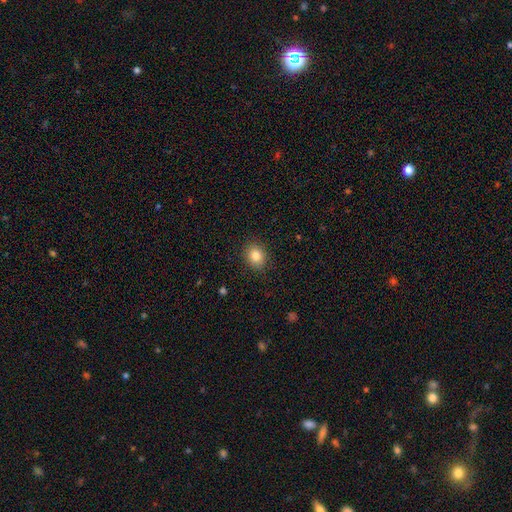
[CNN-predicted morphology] Smooth or featured?
  - smooth: 84% *
  - star or artifact: 10%
  - featured or disk: 6%
How rounded?
  - round: 58% *
  - in between: 41%
  - cigar-shaped: 1%
Merging?
  - none: 88% *
  - minor disturbance: 9%
  - major disturbance: 2%
  - merger: 1%